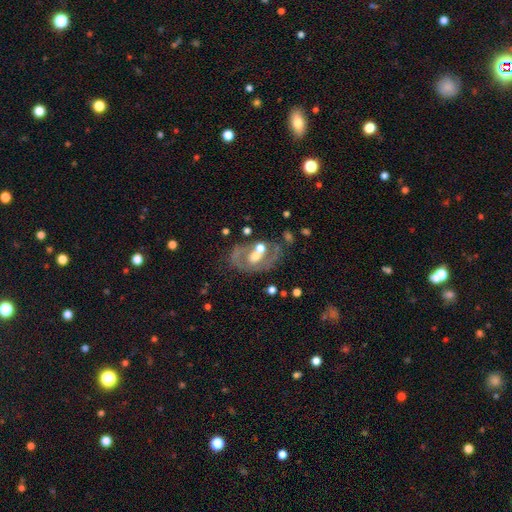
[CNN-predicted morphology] This is likely a featured or disk galaxy (65%). It is clearly not viewed edge-on (95%). Bar: likely no (68%). Spiral arm pattern: likely no (63%). Central bulge: possibly moderate (59%). Merging: possibly none (48%).